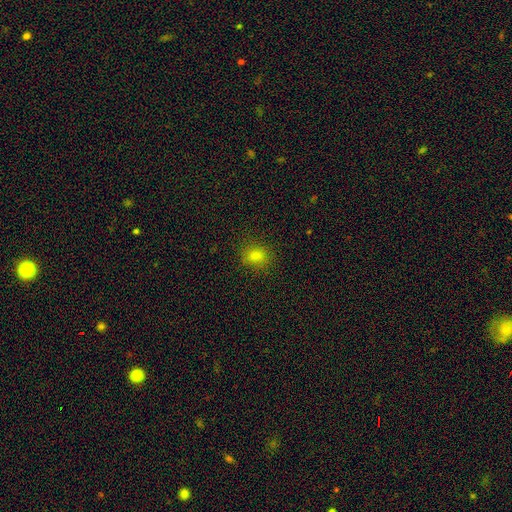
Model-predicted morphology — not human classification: This appears to be a smooth galaxy with no disk features (78%) that is round (56%). Merging: none (85%).